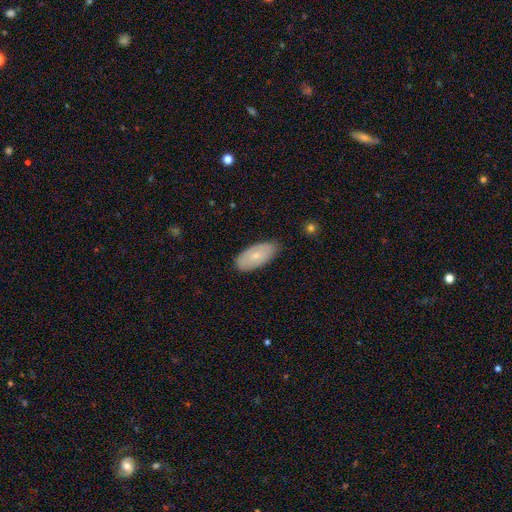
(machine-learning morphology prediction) Smooth or featured?
  - smooth: 60% *
  - featured or disk: 34%
  - star or artifact: 6%
How rounded?
  - in between: 92% *
  - cigar-shaped: 5%
  - round: 3%
Merging?
  - none: 78% *
  - minor disturbance: 18%
  - major disturbance: 3%
  - merger: 1%